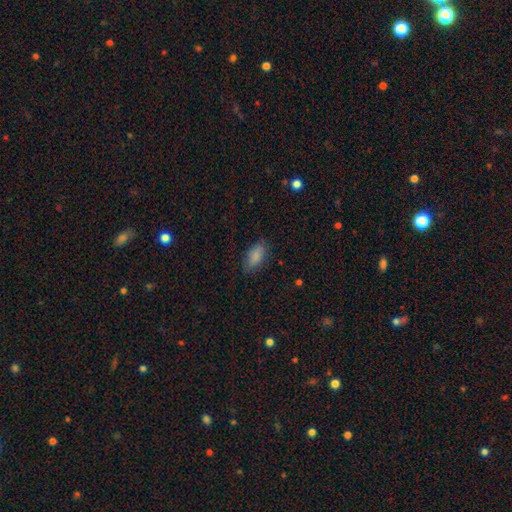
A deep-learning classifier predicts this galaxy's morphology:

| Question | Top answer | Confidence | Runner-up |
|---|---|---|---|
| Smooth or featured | smooth | 84% | star or artifact (8%) |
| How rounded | in between | 89% | cigar-shaped (8%) |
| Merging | none | 79% | minor disturbance (16%) |